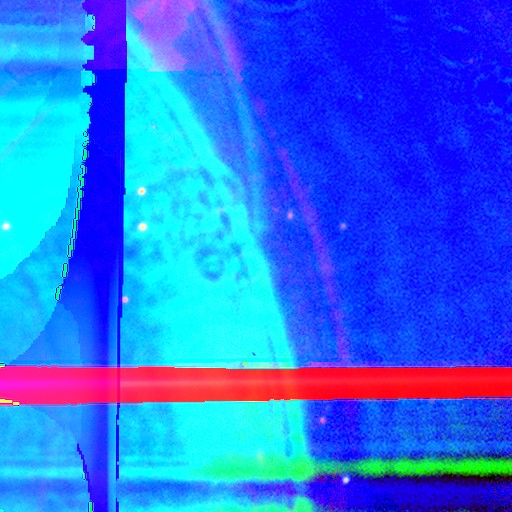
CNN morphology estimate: smooth-or-featured: star or artifact: 88% | featured or disk: 6% | smooth: 5%